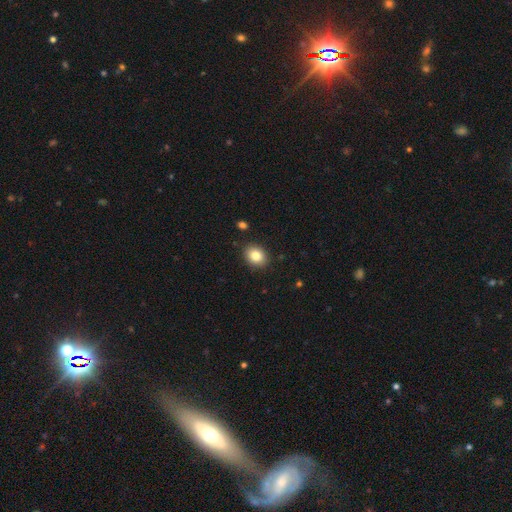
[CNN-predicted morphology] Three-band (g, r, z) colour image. It shows a smooth galaxy with no disk features (84%) that is in between round and cigar-shaped (54%). Merging: none (89%).